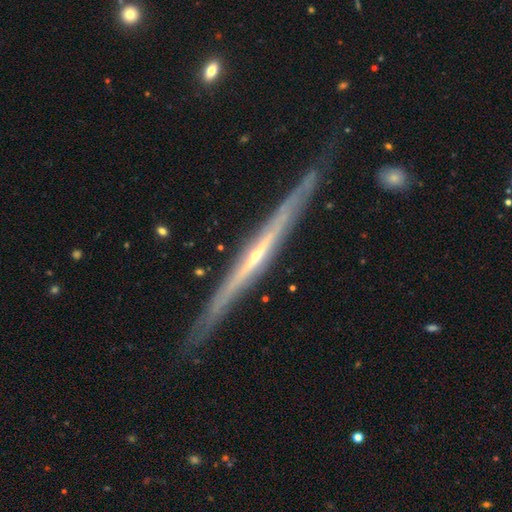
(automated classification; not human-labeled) This is clearly a featured or disk galaxy (84%). It is clearly viewed edge-on (97%). Edge-on bulge: possibly rounded (51%). Merging: clearly none (84%).